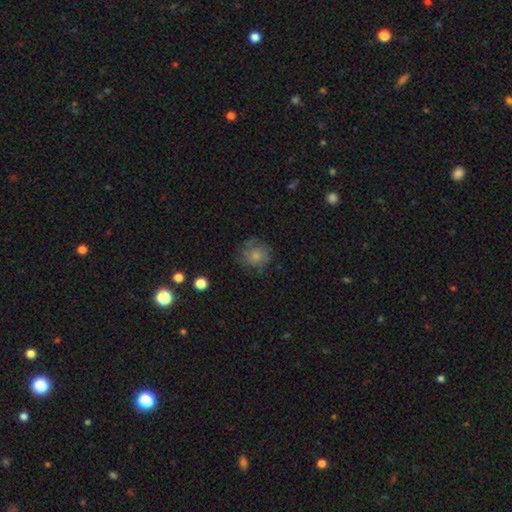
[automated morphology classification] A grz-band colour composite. It shows a smooth galaxy with no disk features (67%) that is round (86%). Merging: none (68%).